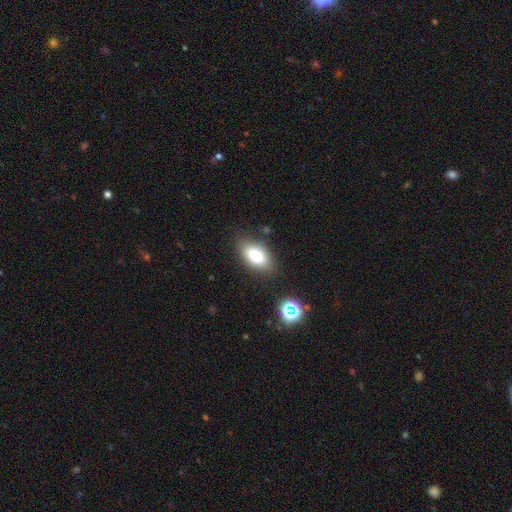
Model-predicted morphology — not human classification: smooth 77%, featured or disk 13%, star or artifact 10%. Down the decision tree: how rounded — in between (89%); merging — none (81%).